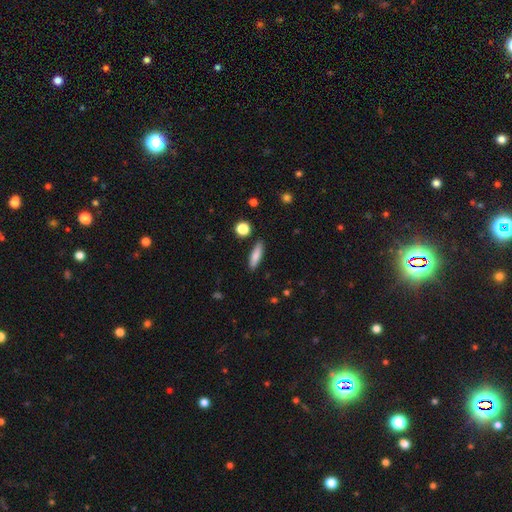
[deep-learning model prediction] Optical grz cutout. It shows a smooth galaxy with no disk features (81%) that is cigar-shaped (64%). Merging: none (88%).